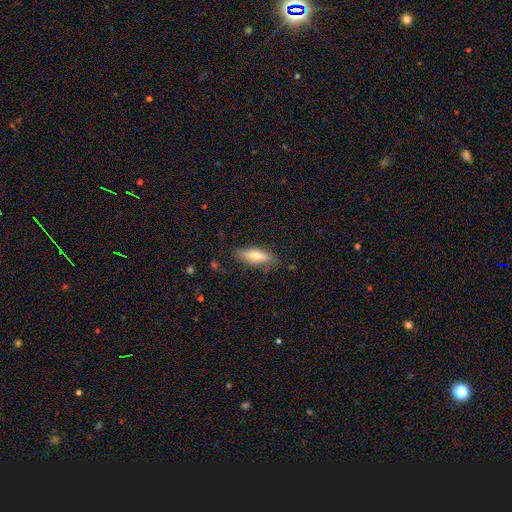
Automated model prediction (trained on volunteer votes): Smooth or featured? smooth (62%)
How rounded? cigar-shaped (52%)
Merging? none (79%)